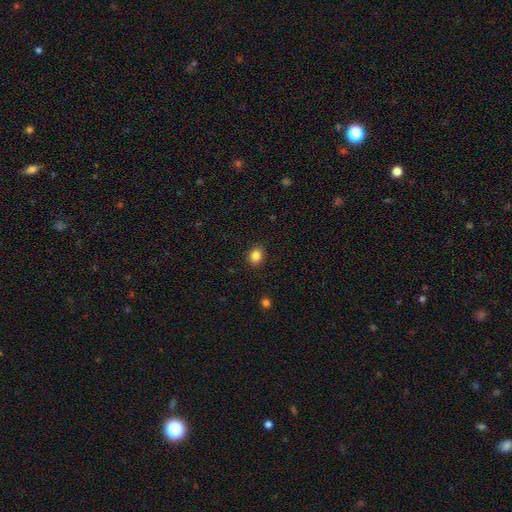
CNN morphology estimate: Overall: smooth (85%). How rounded: round (65%; in between 34%). Merging: none (89%).